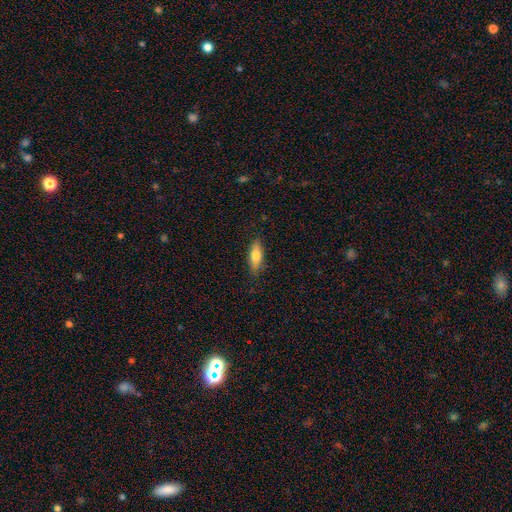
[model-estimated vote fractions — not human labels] smooth_or_featured: smooth (p=0.74) [alt: featured or disk p=0.19]
how_rounded: in between (p=0.65) [alt: cigar-shaped p=0.32]
merging: none (p=0.84) [alt: minor disturbance p=0.13]